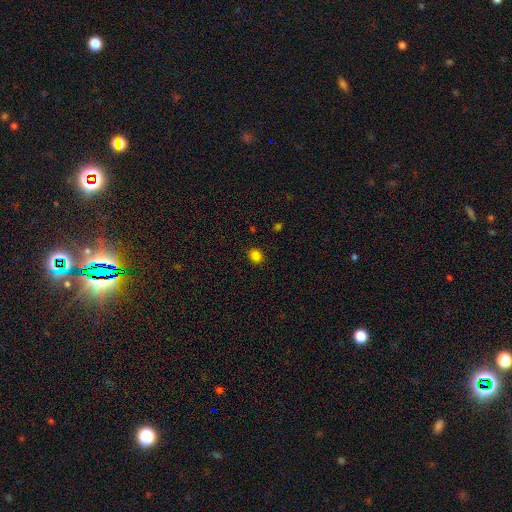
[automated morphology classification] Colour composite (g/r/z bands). It shows a smooth galaxy with no disk features (83%) that is round (69%). Merging: none (90%).